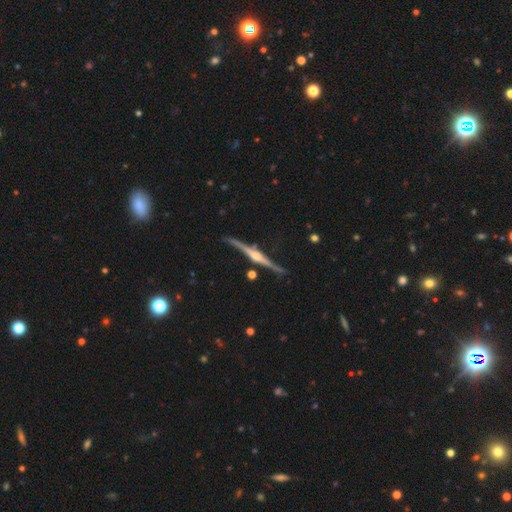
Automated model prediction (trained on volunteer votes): Morphology: type=featured or disk (87%); edge-on=yes (98%); edge-on bulge=rounded (86%); merging=none (83%).